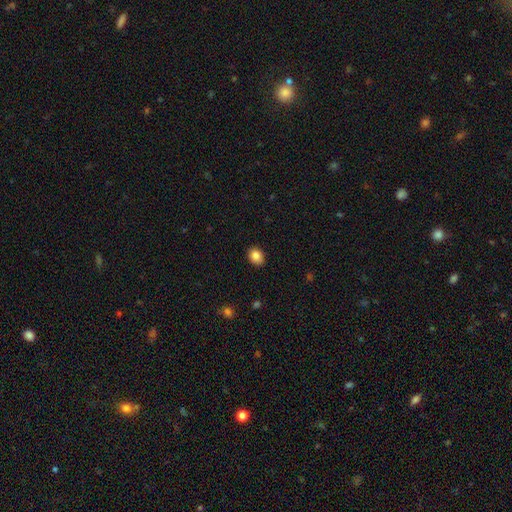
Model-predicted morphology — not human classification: smooth 86%, star or artifact 9%, featured or disk 5%. Down the decision tree: how rounded — in between (59%); merging — none (89%).